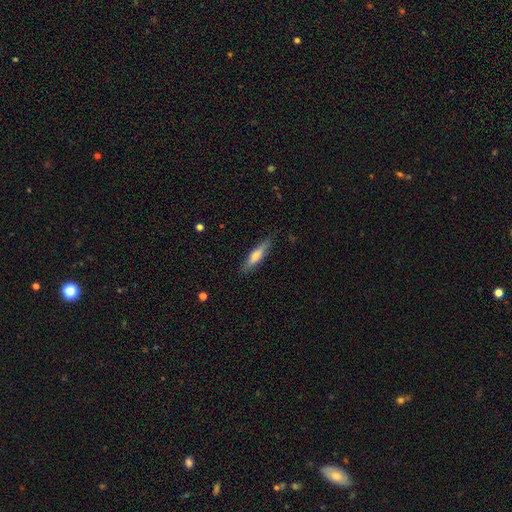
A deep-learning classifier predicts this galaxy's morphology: smooth_or_featured: smooth (p=0.55) [alt: featured or disk p=0.39]
how_rounded: cigar-shaped (p=0.82) [alt: in between p=0.17]
merging: none (p=0.87) [alt: minor disturbance p=0.10]